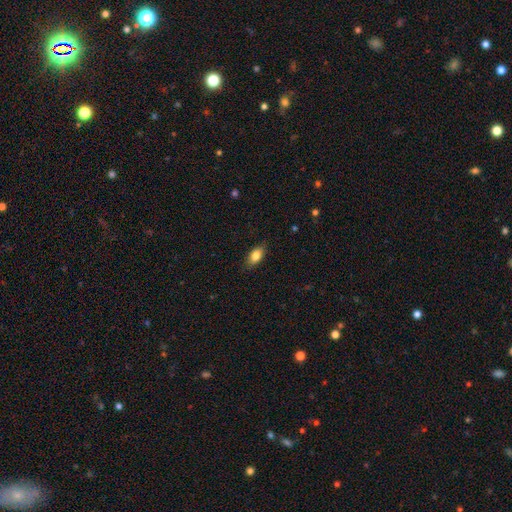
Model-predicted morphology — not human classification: Smooth or featured? Predicted: smooth (p=0.83). How rounded? Predicted: in between (p=0.86). Merging? Predicted: none (p=0.83).